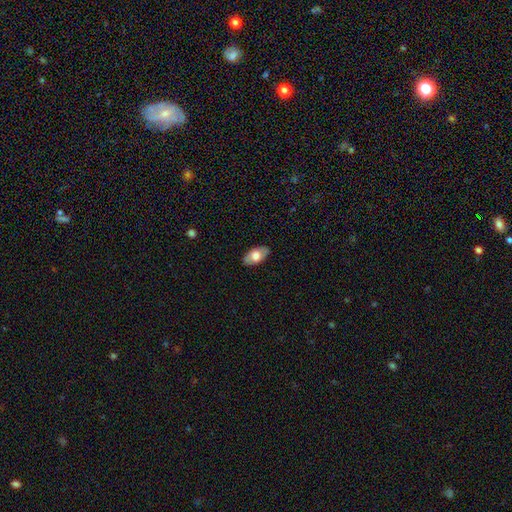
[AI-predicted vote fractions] Smooth or featured? smooth (66%)
How rounded? in between (93%)
Merging? none (86%)